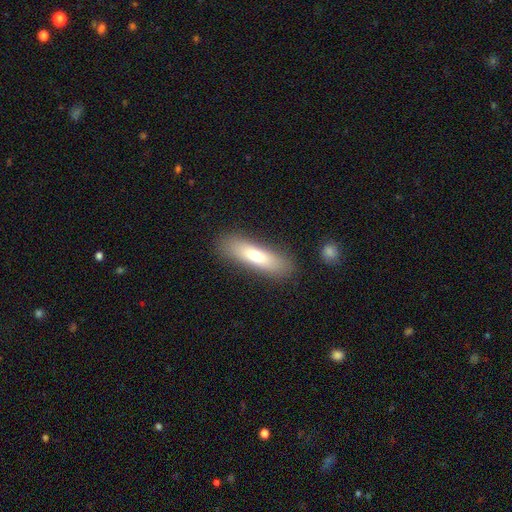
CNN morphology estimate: The model was most divided on "how rounded": cigar-shaped: 67%, in between: 32%, round: 2%. More confident: merging — none (85%); smooth or featured — smooth (73%).